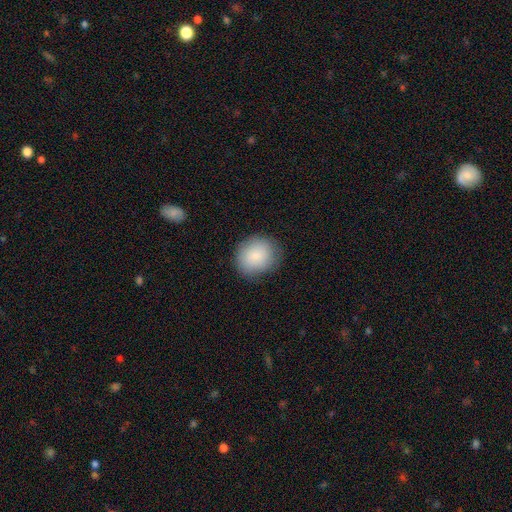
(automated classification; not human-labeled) A smooth galaxy with no disk features (85%) that is round (78%). Merging: none (82%).